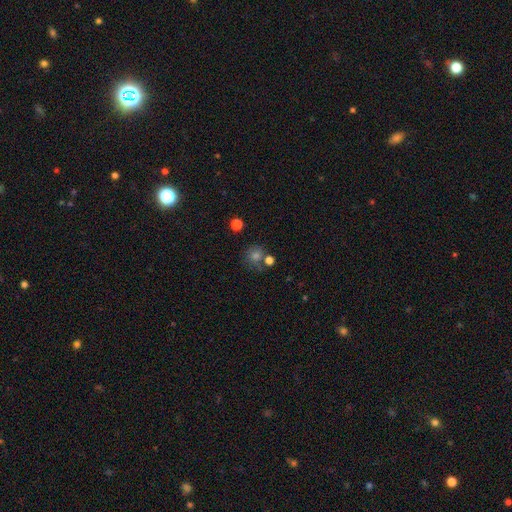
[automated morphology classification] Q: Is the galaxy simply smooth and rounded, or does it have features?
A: smooth — 67%.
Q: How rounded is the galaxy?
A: round — 87%.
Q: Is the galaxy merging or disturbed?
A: none — 65%.